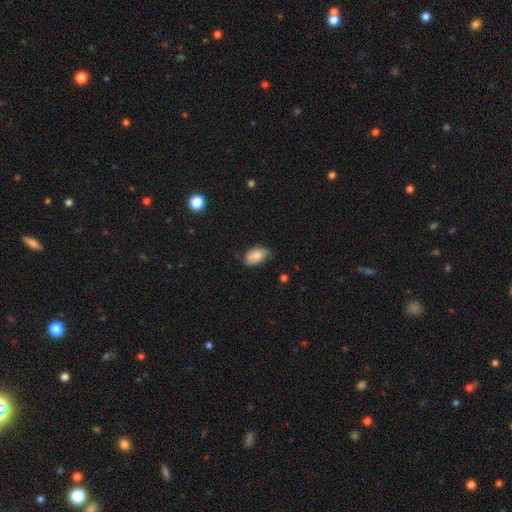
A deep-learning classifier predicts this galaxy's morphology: Q: Smooth or featured?
A: smooth (65%); runner-up: featured or disk (26%)
Q: How rounded?
A: in between (90%); runner-up: round (9%)
Q: Merging?
A: none (54%); runner-up: minor disturbance (34%)